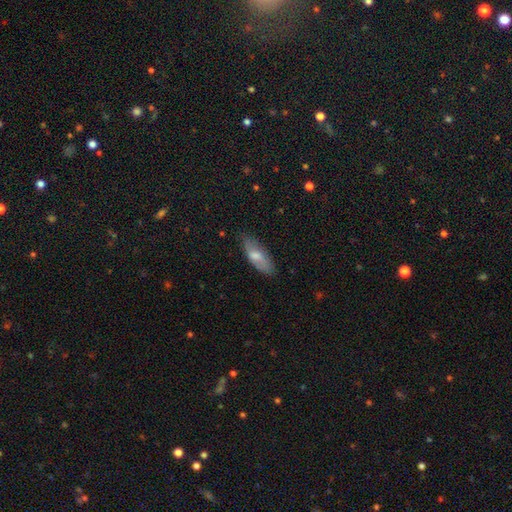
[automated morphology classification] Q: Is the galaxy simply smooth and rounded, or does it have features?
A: smooth — 63%.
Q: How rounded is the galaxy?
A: in between — 65%.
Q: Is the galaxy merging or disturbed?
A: none — 77%.